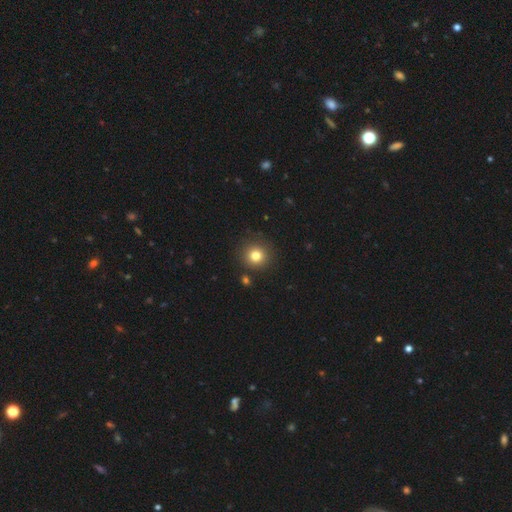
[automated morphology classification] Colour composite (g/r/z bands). It shows a smooth galaxy with no disk features (80%) that is round (94%). Merging: none (89%).